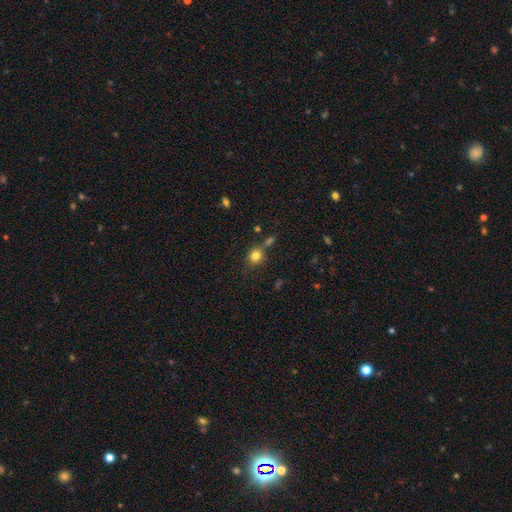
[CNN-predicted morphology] Smooth or featured? smooth (80%)
How rounded? round (78%)
Merging? none (65%)